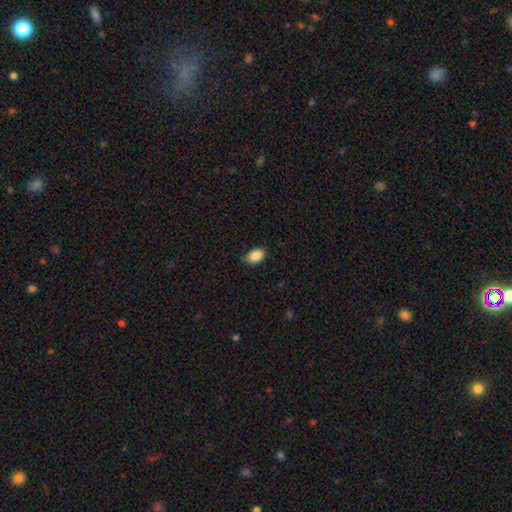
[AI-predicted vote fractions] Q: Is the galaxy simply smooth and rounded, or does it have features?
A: smooth — 88%.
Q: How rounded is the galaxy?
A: in between — 84%.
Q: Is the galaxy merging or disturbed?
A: none — 78%.